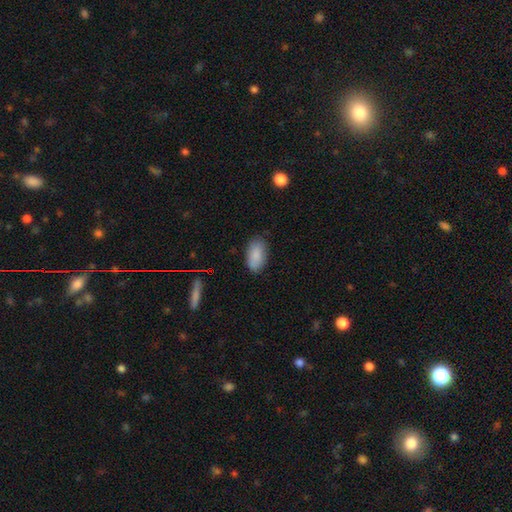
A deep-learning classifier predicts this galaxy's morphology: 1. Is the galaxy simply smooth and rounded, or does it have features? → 87% smooth, 7% star or artifact, 6% featured or disk.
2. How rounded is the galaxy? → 93% in between, 4% round, 3% cigar-shaped.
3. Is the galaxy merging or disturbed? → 80% none, 16% minor disturbance, 3% major disturbance, 1% merger.